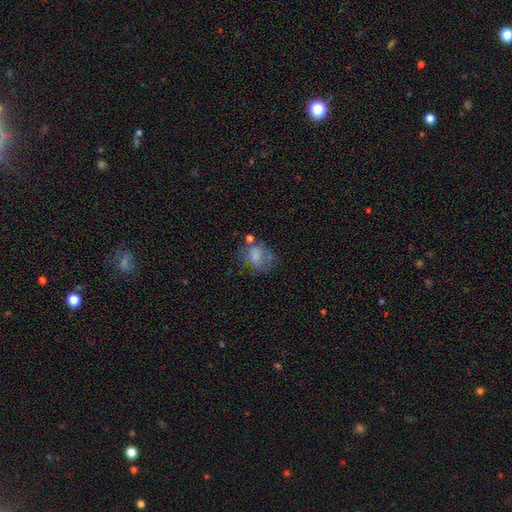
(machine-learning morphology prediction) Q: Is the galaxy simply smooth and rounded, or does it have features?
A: smooth — 61%.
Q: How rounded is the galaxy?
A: round — 56%.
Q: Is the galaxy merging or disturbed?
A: none — 44%.